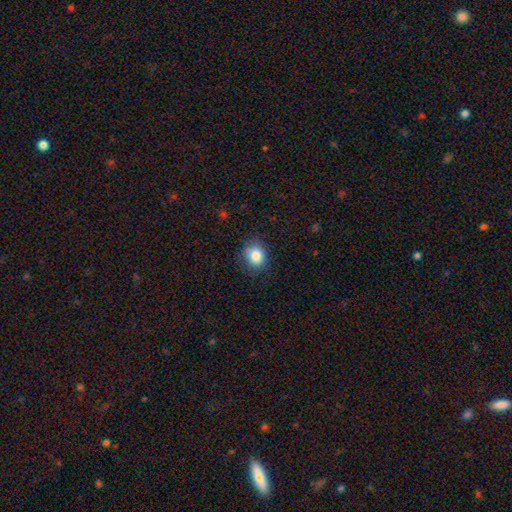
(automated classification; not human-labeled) Smooth or featured?
  - smooth: 84% *
  - star or artifact: 9%
  - featured or disk: 6%
How rounded?
  - round: 52% *
  - in between: 48%
  - cigar-shaped: 1%
Merging?
  - none: 78% *
  - minor disturbance: 17%
  - major disturbance: 4%
  - merger: 1%